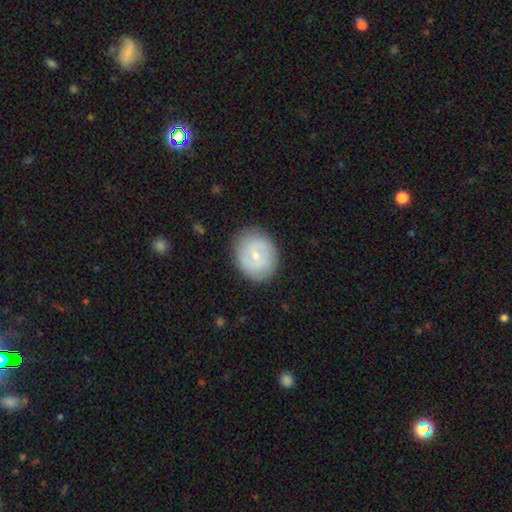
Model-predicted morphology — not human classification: featured or disk 48%, smooth 46%, star or artifact 6%. Down the decision tree: merging — none (83%).